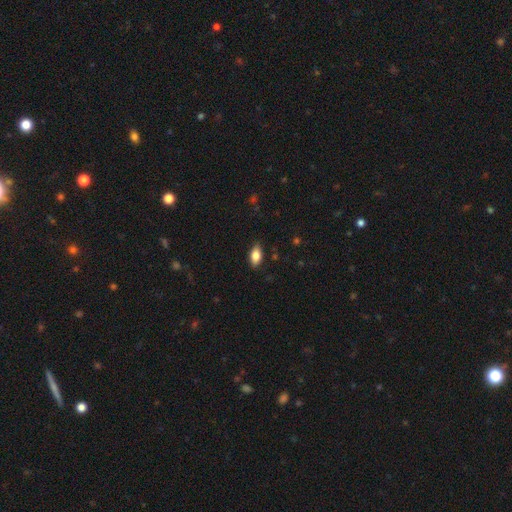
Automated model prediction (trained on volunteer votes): Smooth or featured? smooth (80%)
How rounded? in between (89%)
Merging? none (85%)